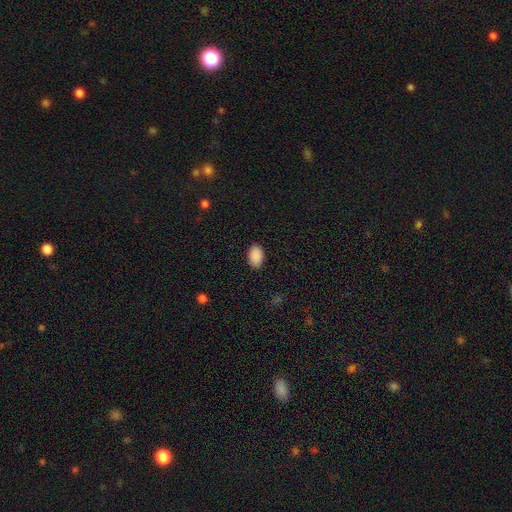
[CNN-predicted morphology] The model was most divided on "merging": none: 88%, minor disturbance: 9%, major disturbance: 2%, merger: 1%. More confident: smooth or featured — smooth (90%); how rounded — in between (90%).